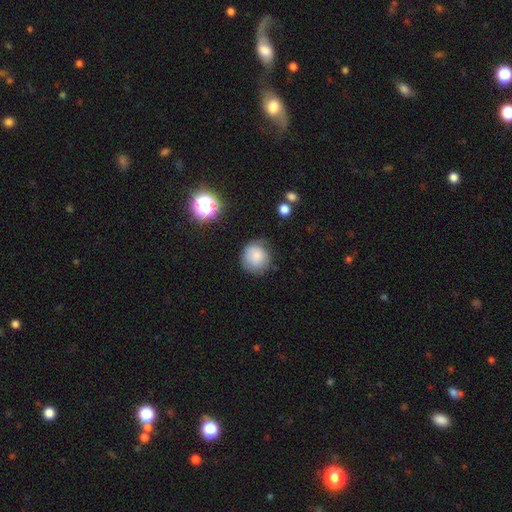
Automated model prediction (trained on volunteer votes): Smooth or featured? Predicted: smooth (p=0.80). How rounded? Predicted: round (p=0.86). Merging? Predicted: none (p=0.68).